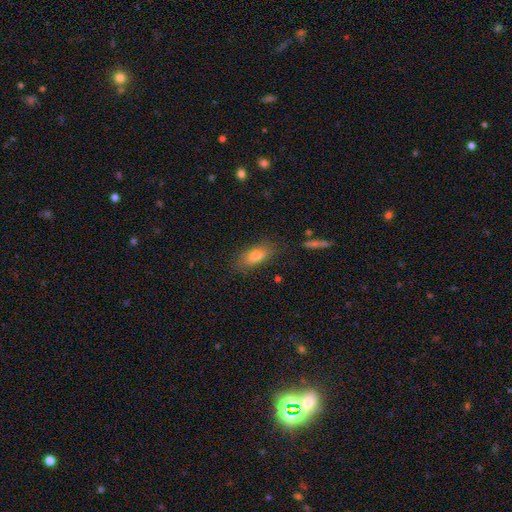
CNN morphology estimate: Smooth or featured: smooth — 74% (featured or disk — 17%)
How rounded: in between — 74% (cigar-shaped — 21%)
Merging: none — 81% (minor disturbance — 13%)